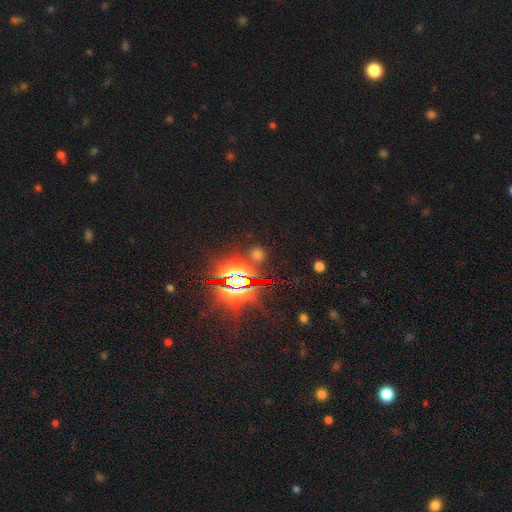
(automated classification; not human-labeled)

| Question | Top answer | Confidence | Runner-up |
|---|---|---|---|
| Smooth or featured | star or artifact | 80% | smooth (12%) |